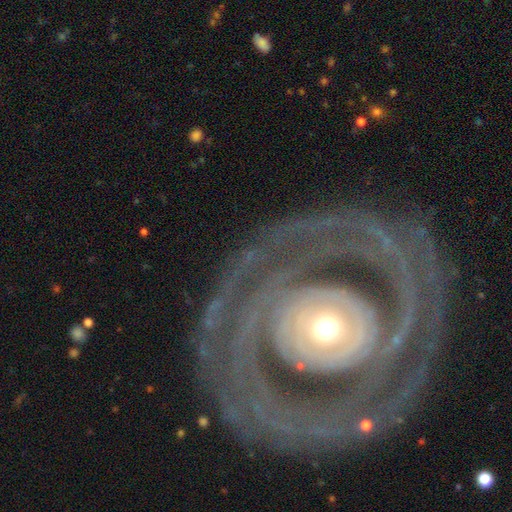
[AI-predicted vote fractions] Overall: featured or disk (85%). Edge-on disk: no (97%). Bar: no (73%). Spiral arms: yes (85%). Spiral arm count: can't tell (28%, tied with 2). Spiral winding: tight (78%). Bulge size: moderate (59%; small 28%). Merging: none (77%).